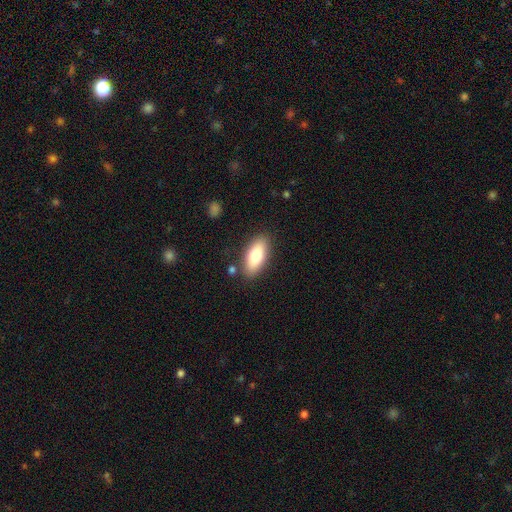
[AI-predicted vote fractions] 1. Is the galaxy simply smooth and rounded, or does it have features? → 75% smooth, 18% featured or disk, 7% star or artifact.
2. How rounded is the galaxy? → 81% in between, 16% cigar-shaped, 3% round.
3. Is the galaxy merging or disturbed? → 84% none, 10% minor disturbance, 3% merger, 3% major disturbance.